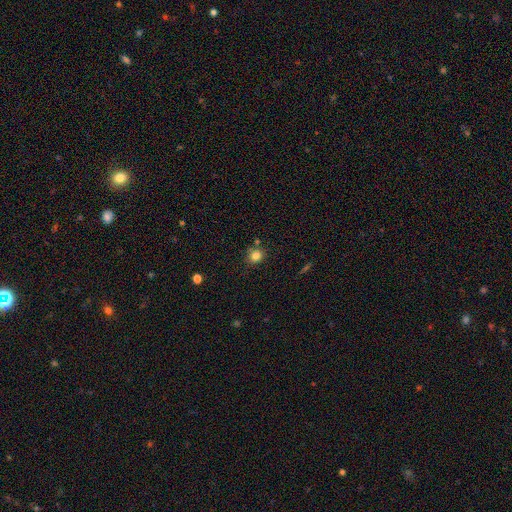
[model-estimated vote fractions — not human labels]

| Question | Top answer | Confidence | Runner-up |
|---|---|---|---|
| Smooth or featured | smooth | 82% | star or artifact (12%) |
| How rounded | round | 80% | in between (19%) |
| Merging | none | 76% | minor disturbance (13%) |